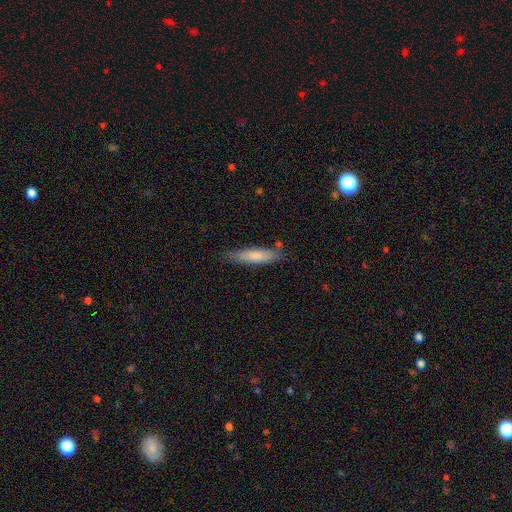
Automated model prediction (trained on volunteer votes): Morphology: type=smooth (76%); roundness=cigar-shaped (79%); merging=none (78%).